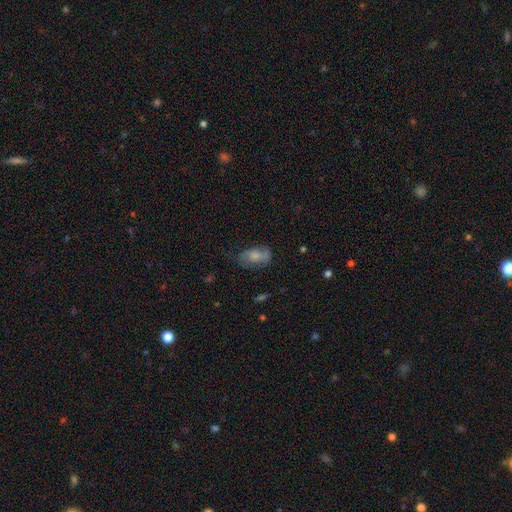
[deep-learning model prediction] Smooth or featured? smooth (61%)
How rounded? in between (89%)
Merging? none (56%)